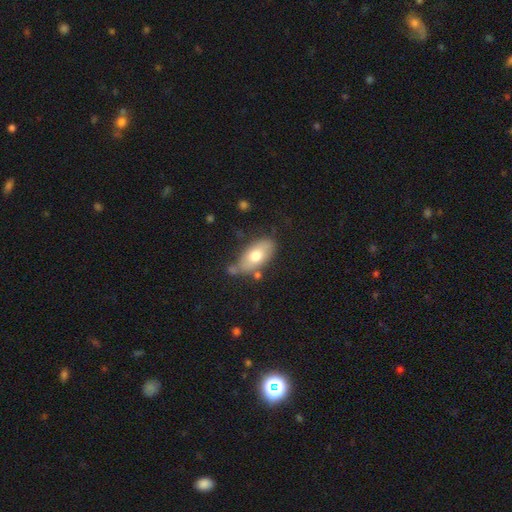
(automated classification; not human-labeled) The model was most divided on "merging": none: 63%, minor disturbance: 21%, merger: 9%, major disturbance: 6%. More confident: how rounded — in between (90%); smooth or featured — smooth (70%).